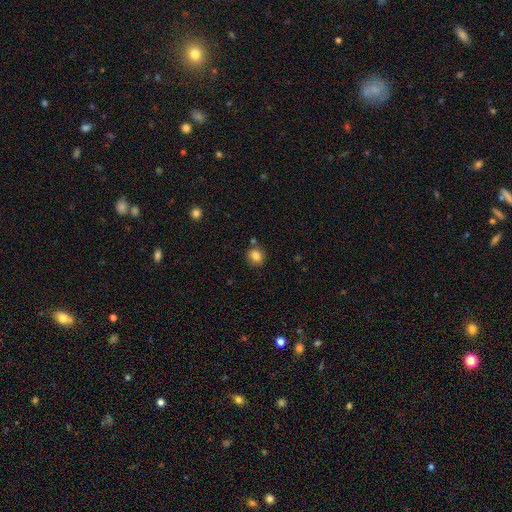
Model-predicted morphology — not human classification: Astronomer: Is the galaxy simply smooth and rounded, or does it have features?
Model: smooth — 83%.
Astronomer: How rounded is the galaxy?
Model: round — 82%.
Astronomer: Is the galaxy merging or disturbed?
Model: none — 80%.